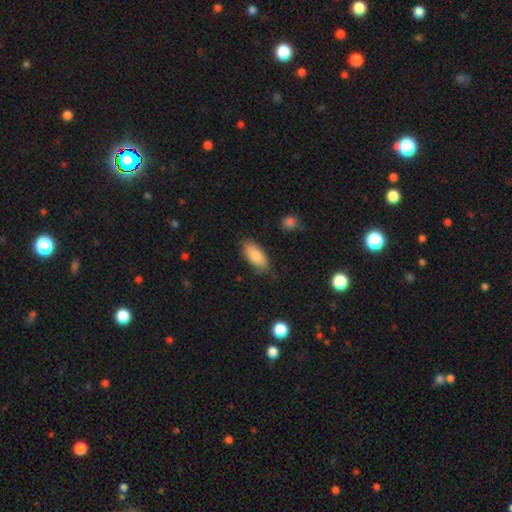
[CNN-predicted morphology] smooth-or-featured: smooth: 84% | featured or disk: 10% | star or artifact: 6%
  how-rounded: in between: 87% | cigar-shaped: 11% | round: 2%
  merging: none: 81% | minor disturbance: 15% | major disturbance: 3% | merger: 2%